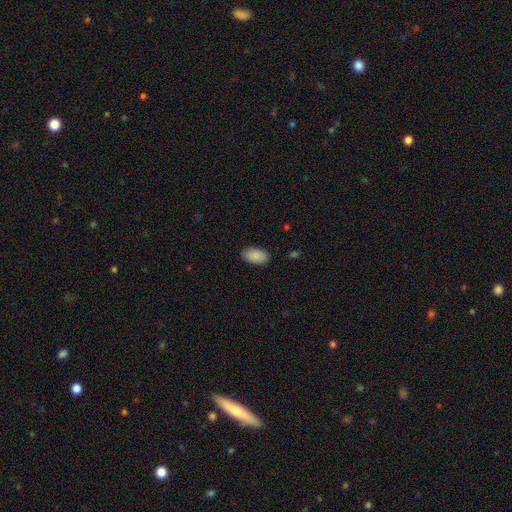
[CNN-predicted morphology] Q: Smooth or featured?
A: smooth (89%); runner-up: star or artifact (6%)
Q: How rounded?
A: in between (95%); runner-up: round (3%)
Q: Merging?
A: none (87%); runner-up: minor disturbance (9%)